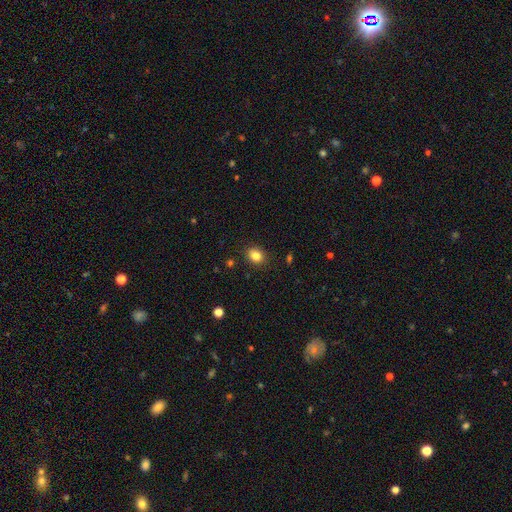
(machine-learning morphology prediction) smooth 84%, star or artifact 10%, featured or disk 6%. Down the decision tree: how rounded — round (53%); merging — none (89%).